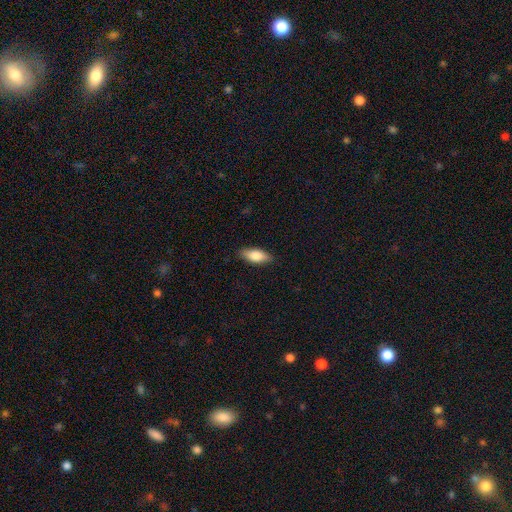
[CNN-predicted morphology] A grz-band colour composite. It shows a smooth galaxy with no disk features (81%) that is in between round and cigar-shaped (77%). Merging: none (87%).